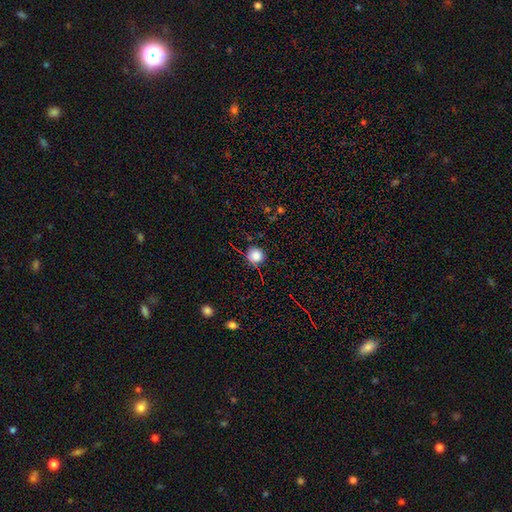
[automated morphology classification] Smooth or featured?
  - smooth: 83% *
  - star or artifact: 13%
  - featured or disk: 5%
How rounded?
  - round: 94% *
  - in between: 5%
  - cigar-shaped: 1%
Merging?
  - none: 85% *
  - minor disturbance: 10%
  - major disturbance: 3%
  - merger: 2%